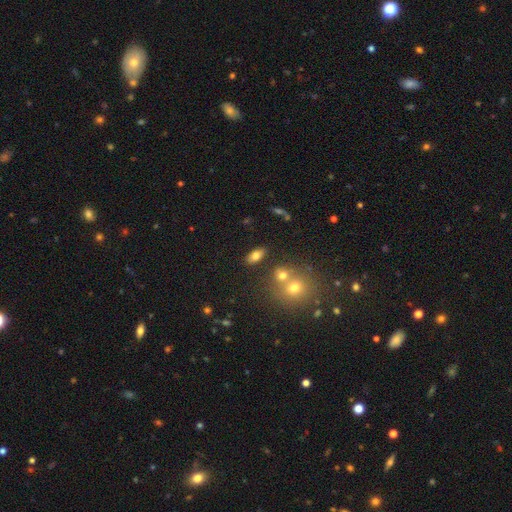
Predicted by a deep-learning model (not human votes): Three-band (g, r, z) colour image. It shows a smooth galaxy with no disk features (74%) that is in between round and cigar-shaped (85%). Merging: none (79%).